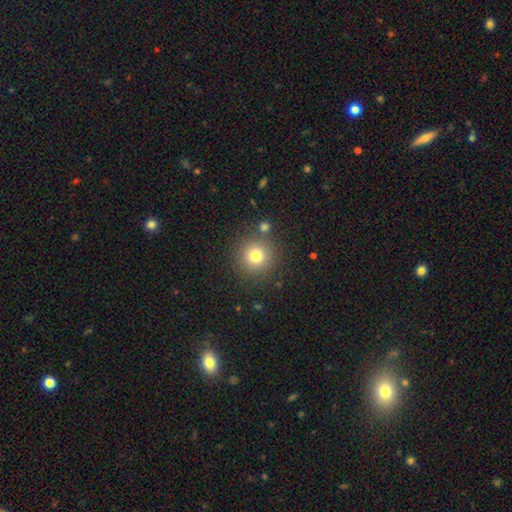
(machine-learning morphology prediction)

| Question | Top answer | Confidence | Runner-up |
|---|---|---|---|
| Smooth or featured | smooth | 77% | star or artifact (14%) |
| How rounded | round | 94% | in between (5%) |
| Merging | none | 85% | minor disturbance (7%) |